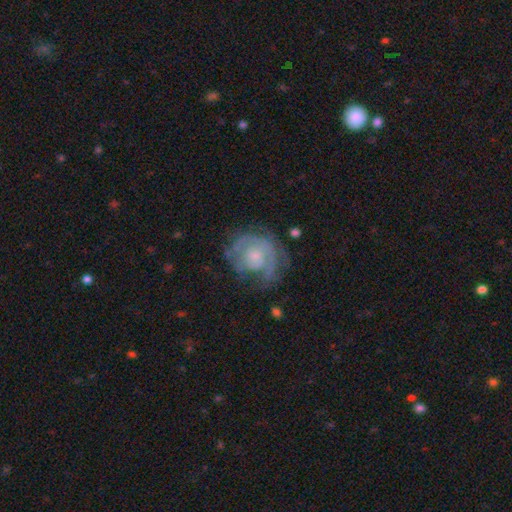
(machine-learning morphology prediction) A featured or disk galaxy (71%) with no bar (78%), tight (58%) spiral arms (76%) and a small central bulge (54%).

Vote fractions:
- Smooth or featured? featured or disk: 71% / smooth: 22% / star or artifact: 7%
- Edge-on disk? no: 98% / yes: 2%
- Bar? no: 78% / weak: 19% / strong: 3%
- Spiral arms? yes: 76% / no: 24%
- Spiral winding? tight: 58% / medium: 29% / loose: 13%
- Spiral arm count? can't tell: 43% / 2: 25% / 1: 13% / 3: 11% / 4: 4% / more than 4: 4%
- Bulge size? small: 54% / moderate: 32% / none: 8% / large: 4% / dominant: 1%
- Merging? none: 55% / minor disturbance: 23% / major disturbance: 20% / merger: 2%